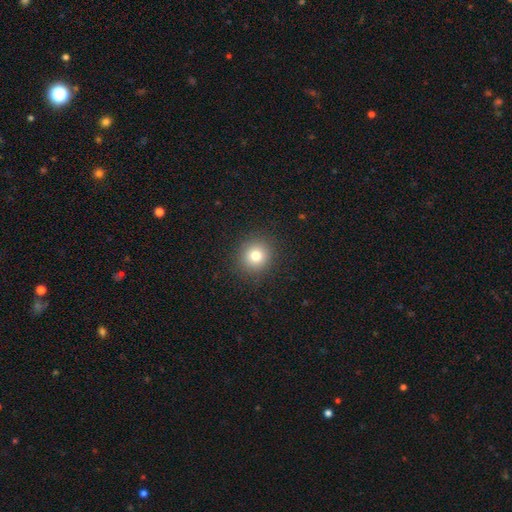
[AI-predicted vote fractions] A smooth galaxy with no disk features (79%) that is round (90%). Merging: none (90%).